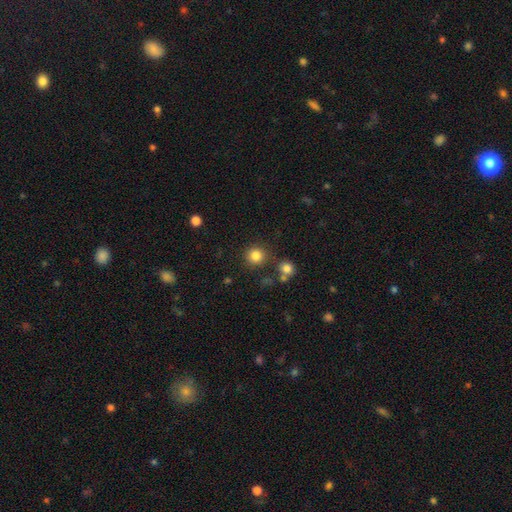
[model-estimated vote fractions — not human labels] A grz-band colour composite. It shows a smooth galaxy with no disk features (83%) that is round (93%). Merging: none (82%).